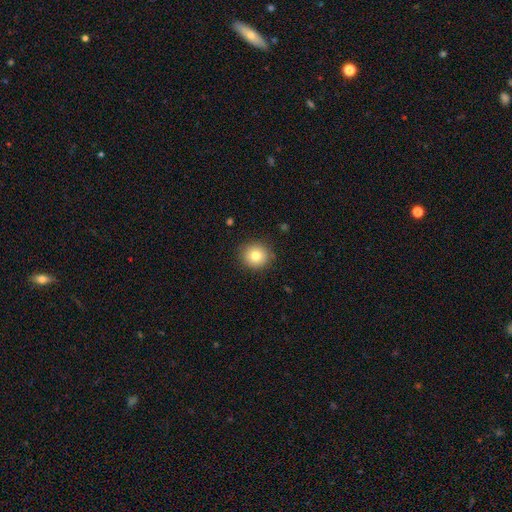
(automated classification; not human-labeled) The model was most divided on "smooth or featured": smooth: 80%, star or artifact: 10%, featured or disk: 10%. More confident: how rounded — round (92%); merging — none (89%).